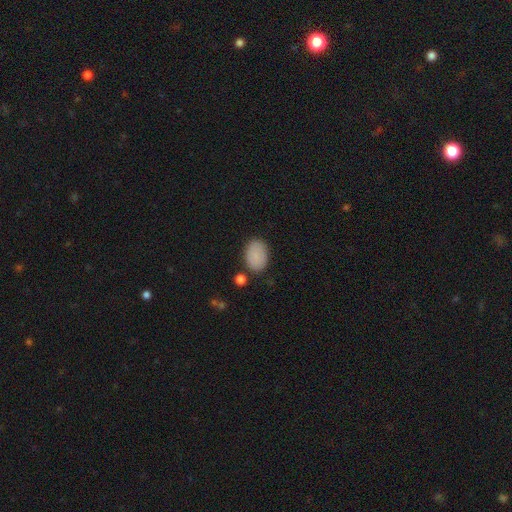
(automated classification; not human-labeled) smooth 86%, star or artifact 7%, featured or disk 7%. Down the decision tree: how rounded — in between (87%); merging — none (79%).